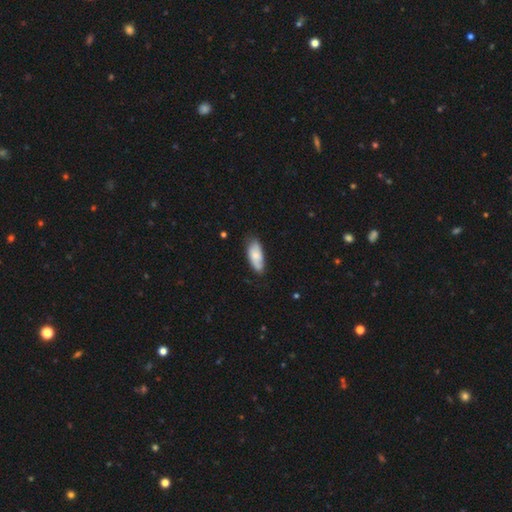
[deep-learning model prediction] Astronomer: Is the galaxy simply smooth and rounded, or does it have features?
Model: smooth — 73%.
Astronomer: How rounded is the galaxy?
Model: in between — 84%.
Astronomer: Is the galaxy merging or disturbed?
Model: none — 69%.